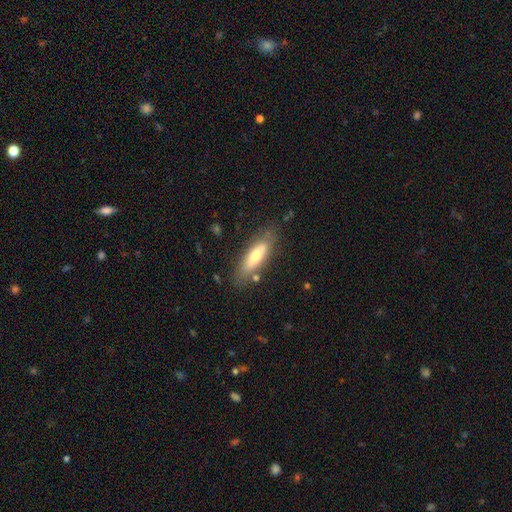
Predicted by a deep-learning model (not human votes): smooth-or-featured: smooth: 60% | featured or disk: 33% | star or artifact: 7%
  how-rounded: cigar-shaped: 56% | in between: 43% | round: 2%
  merging: none: 78% | minor disturbance: 15% | major disturbance: 4% | merger: 3%